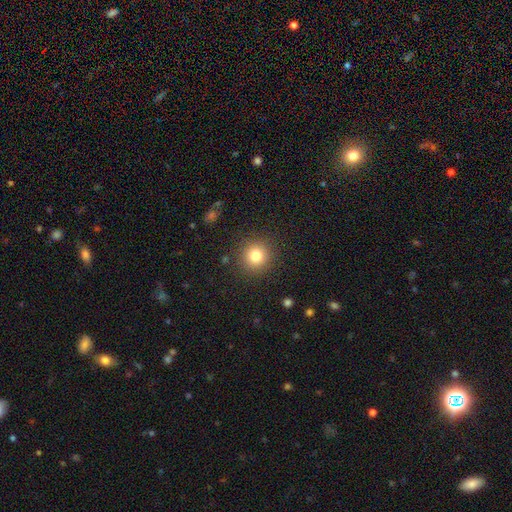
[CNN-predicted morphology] Smooth or featured: smooth — 81% (star or artifact — 12%)
How rounded: round — 93% (in between — 6%)
Merging: none — 89% (minor disturbance — 7%)